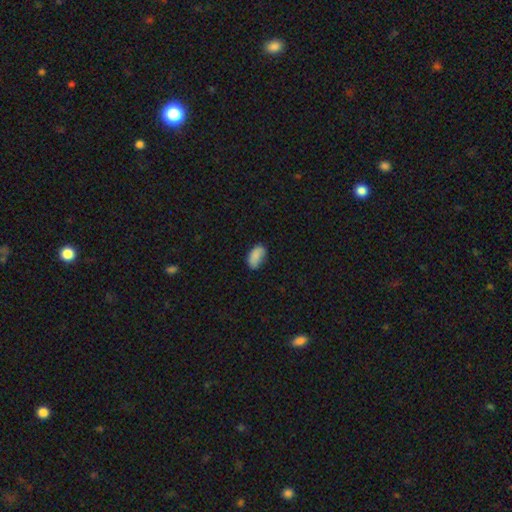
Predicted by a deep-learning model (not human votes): Smooth or featured: smooth — 86% (star or artifact — 8%)
How rounded: in between — 93% (round — 4%)
Merging: none — 63% (minor disturbance — 28%)